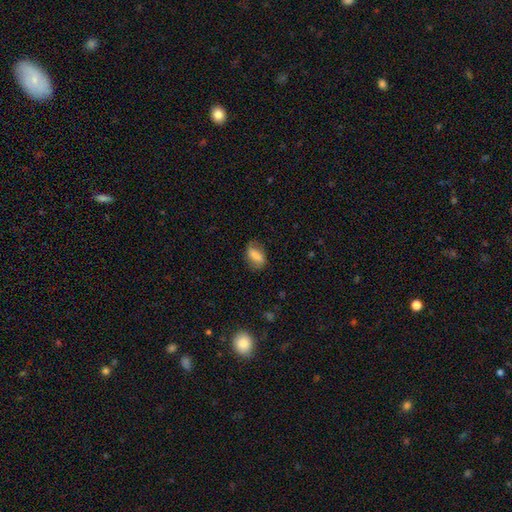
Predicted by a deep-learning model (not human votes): Smooth or featured? smooth (69%)
How rounded? in between (83%)
Merging? none (71%)